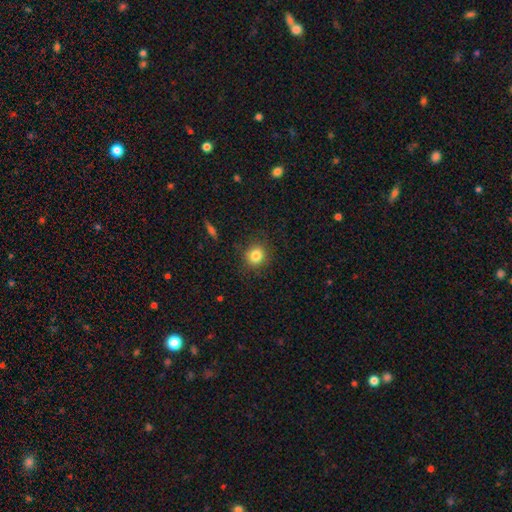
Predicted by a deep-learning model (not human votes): Smooth or featured? smooth (83%)
How rounded? round (82%)
Merging? none (87%)